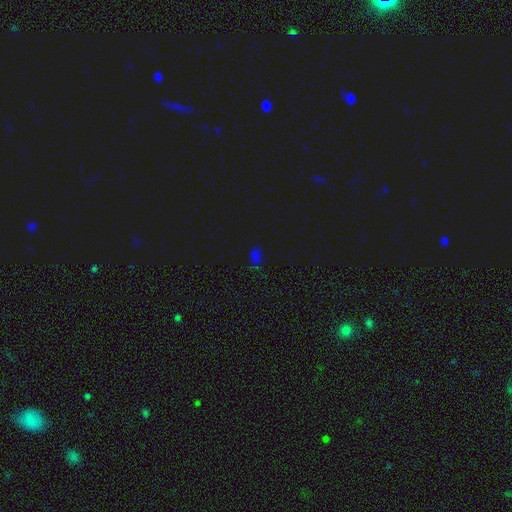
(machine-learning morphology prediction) A smooth galaxy with no disk features (53%) that is in between round and cigar-shaped (75%).

Vote fractions:
- Smooth or featured? smooth: 53% / star or artifact: 41% / featured or disk: 6%
- How rounded? in between: 75% / round: 21% / cigar-shaped: 4%
- Merging? none: 68% / minor disturbance: 20% / major disturbance: 8% / merger: 4%